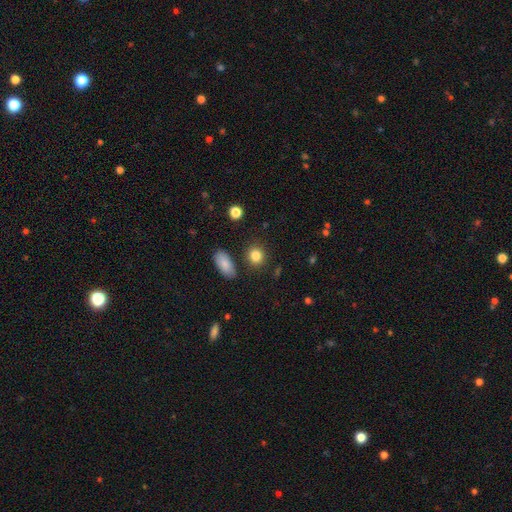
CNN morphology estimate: Smooth or featured: smooth — 86% (star or artifact — 9%)
How rounded: round — 71% (in between — 27%)
Merging: none — 84% (minor disturbance — 9%)